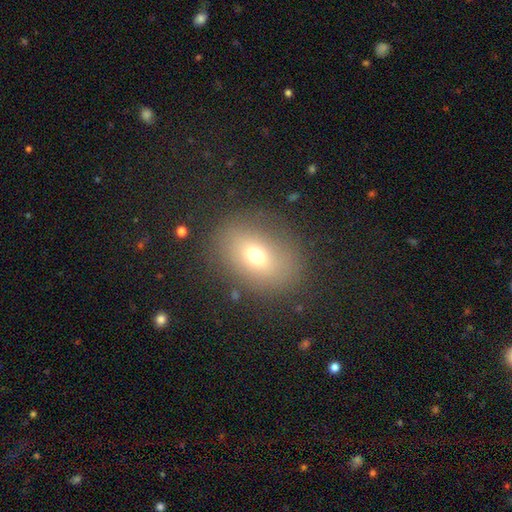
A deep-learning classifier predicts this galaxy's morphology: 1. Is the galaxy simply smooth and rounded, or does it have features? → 68% smooth, 18% featured or disk, 14% star or artifact.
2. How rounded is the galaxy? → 67% in between, 32% round, 1% cigar-shaped.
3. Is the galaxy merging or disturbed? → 79% none, 13% minor disturbance, 7% major disturbance, 2% merger.